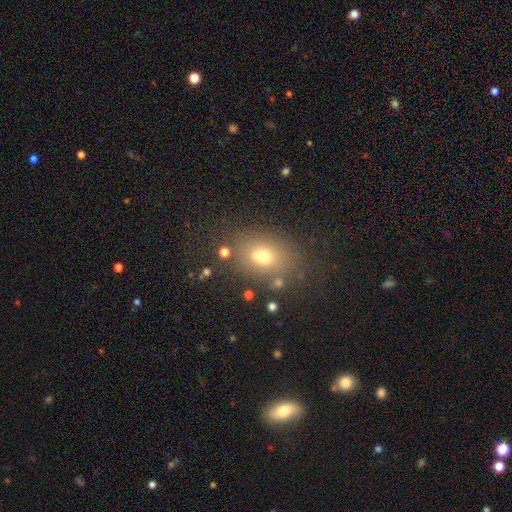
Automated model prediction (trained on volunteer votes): Smooth or featured? smooth (65%)
How rounded? in between (56%)
Merging? none (64%)